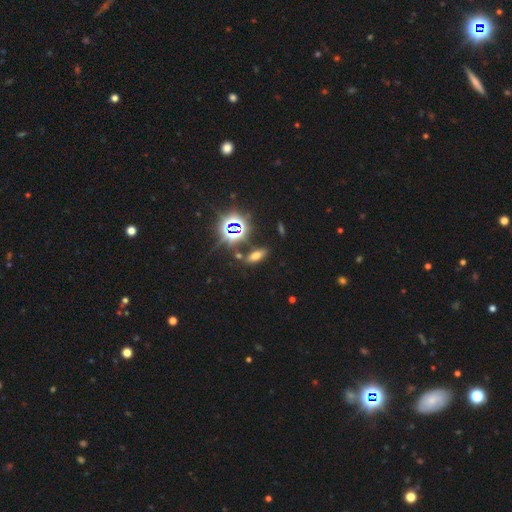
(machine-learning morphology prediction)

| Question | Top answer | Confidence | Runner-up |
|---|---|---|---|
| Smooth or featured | smooth | 48% | star or artifact (38%) |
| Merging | none | 79% | minor disturbance (10%) |